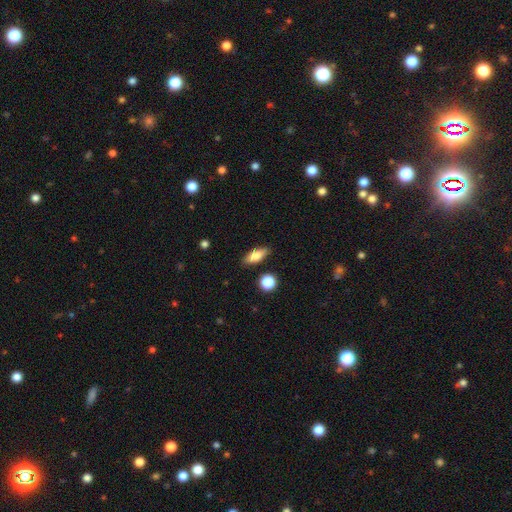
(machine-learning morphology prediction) smooth 75%, featured or disk 17%, star or artifact 8%. Down the decision tree: how rounded — in between (70%); merging — none (85%).